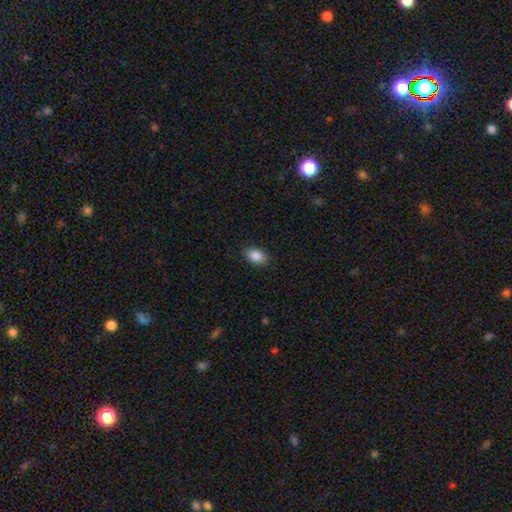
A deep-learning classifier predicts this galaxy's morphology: Smooth or featured: smooth — 87% (star or artifact — 8%)
How rounded: in between — 88% (round — 10%)
Merging: none — 87% (minor disturbance — 10%)